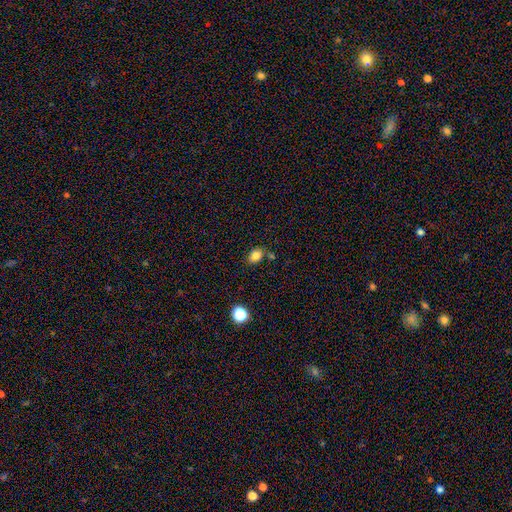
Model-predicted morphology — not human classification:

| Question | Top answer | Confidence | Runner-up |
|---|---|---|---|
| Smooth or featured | smooth | 82% | star or artifact (11%) |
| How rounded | in between | 68% | round (31%) |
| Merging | none | 74% | minor disturbance (14%) |